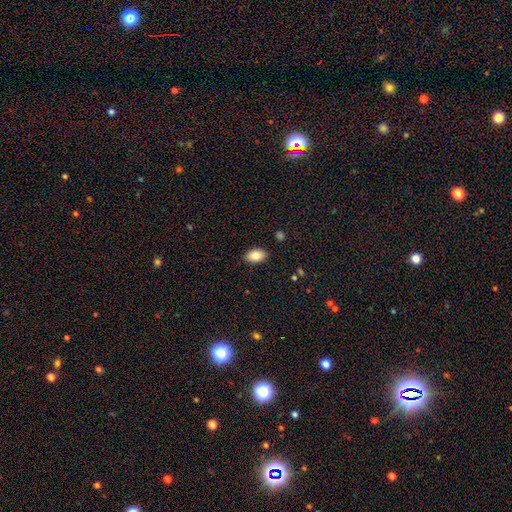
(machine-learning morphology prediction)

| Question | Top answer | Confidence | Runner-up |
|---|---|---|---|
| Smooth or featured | smooth | 84% | featured or disk (9%) |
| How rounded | in between | 91% | round (8%) |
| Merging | none | 88% | minor disturbance (9%) |